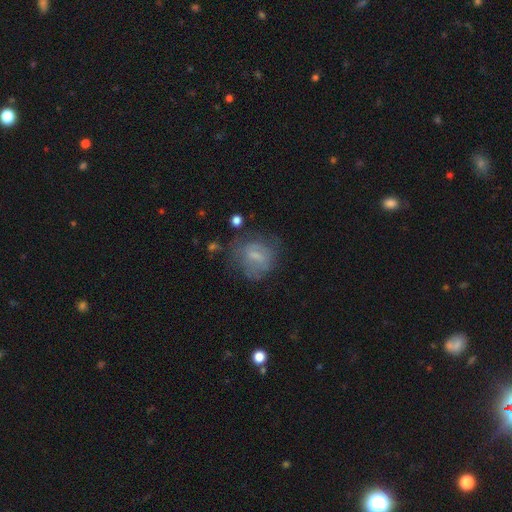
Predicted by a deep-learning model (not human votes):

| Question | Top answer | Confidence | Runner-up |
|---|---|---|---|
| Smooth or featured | smooth | 46% | featured or disk (42%) |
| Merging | none | 54% | minor disturbance (24%) |